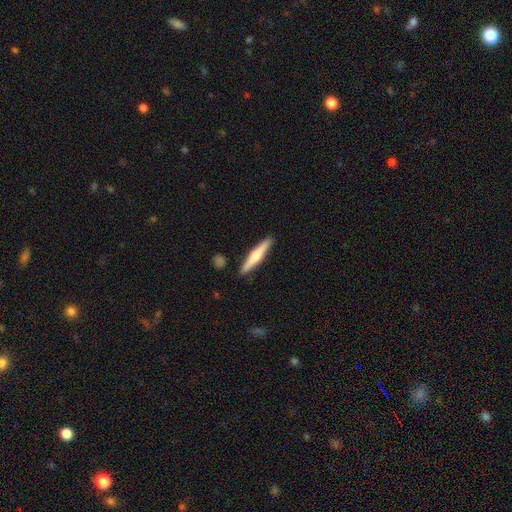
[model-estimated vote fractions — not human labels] This appears to be a smooth galaxy with no disk features (50%). Merging: none (89%).